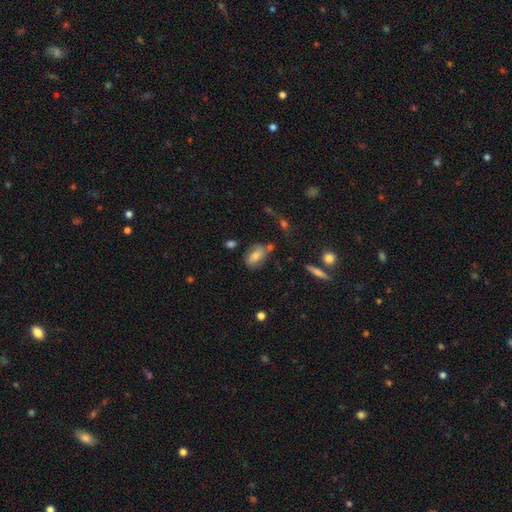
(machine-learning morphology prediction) smooth-or-featured: smooth: 72% | featured or disk: 19% | star or artifact: 9%
  how-rounded: in between: 88% | round: 7% | cigar-shaped: 5%
  merging: none: 64% | minor disturbance: 21% | merger: 9% | major disturbance: 6%